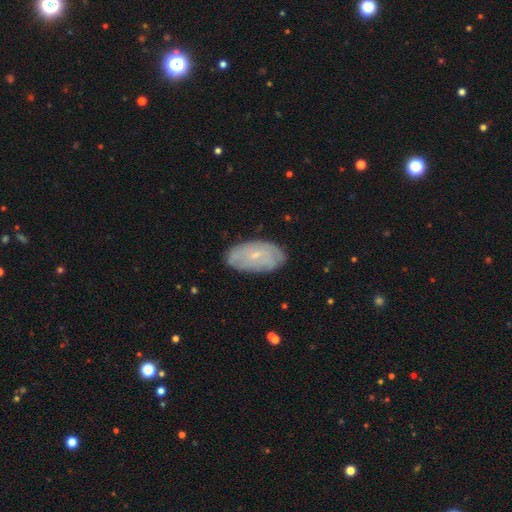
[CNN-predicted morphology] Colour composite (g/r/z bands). It shows a featured or disk galaxy (53%). Merging: none (80%).